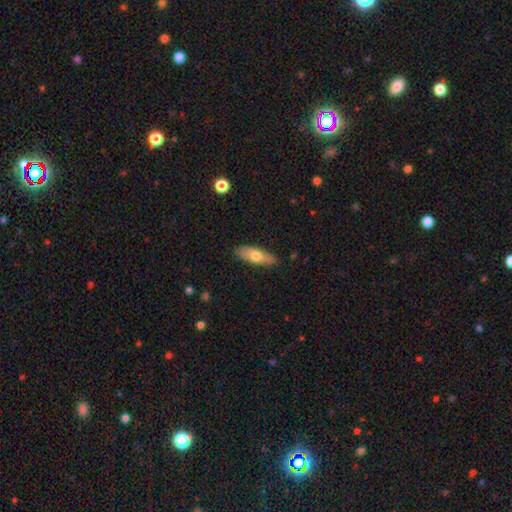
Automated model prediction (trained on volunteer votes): Overall: smooth (66%; featured or disk 28%). How rounded: in between (60%; cigar-shaped 37%). Merging: none (87%).